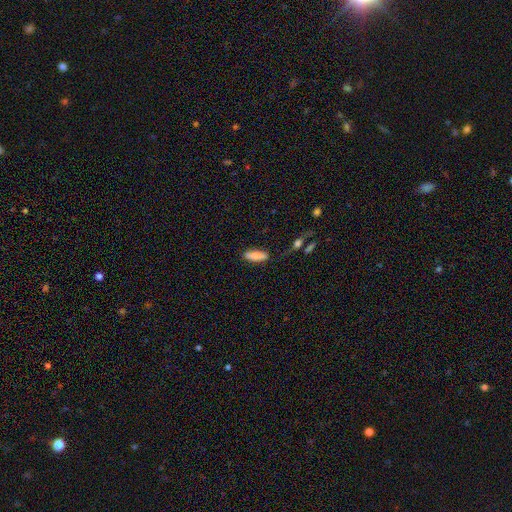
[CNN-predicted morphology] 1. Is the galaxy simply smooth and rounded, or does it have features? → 79% smooth, 14% featured or disk, 7% star or artifact.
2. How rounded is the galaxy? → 51% in between, 47% cigar-shaped, 2% round.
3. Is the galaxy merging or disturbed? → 76% none, 16% minor disturbance, 4% merger, 4% major disturbance.